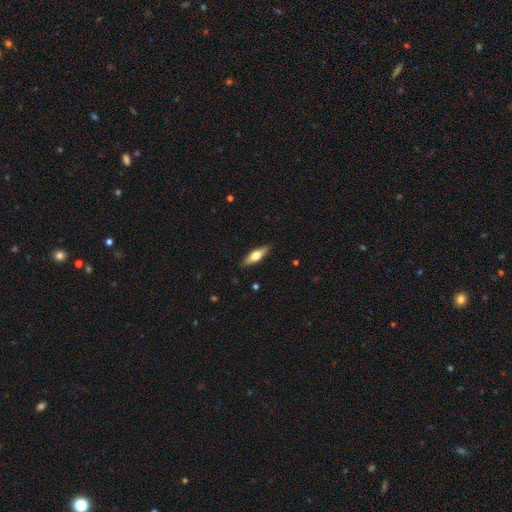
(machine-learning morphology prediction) Overall: smooth (54%; featured or disk 40%). How rounded: cigar-shaped (52%; in between 46%). Merging: none (89%).